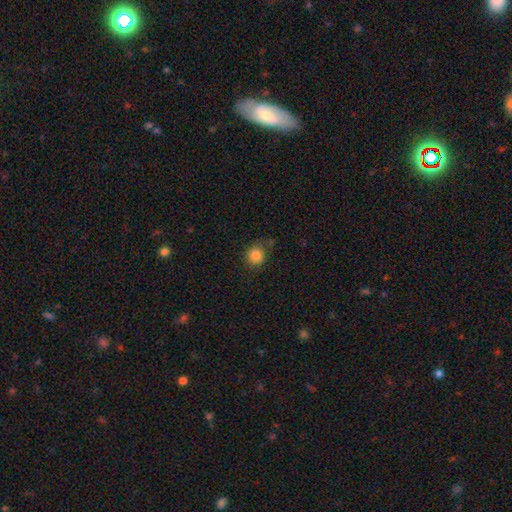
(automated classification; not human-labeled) Smooth or featured? Predicted: smooth (p=0.84). How rounded? Predicted: round (p=0.85). Merging? Predicted: none (p=0.72).